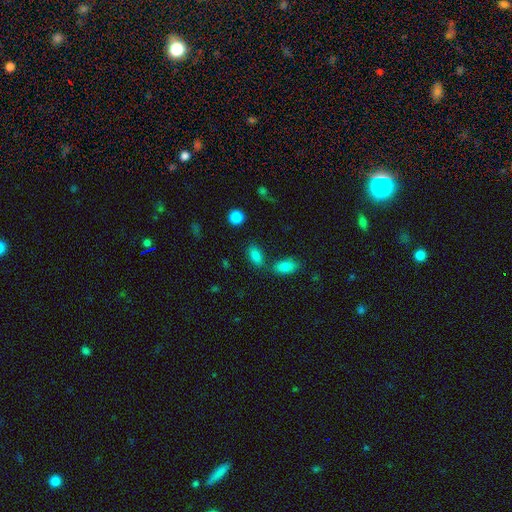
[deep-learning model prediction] Smooth or featured? Predicted: smooth (p=0.85). How rounded? Predicted: in between (p=0.89). Merging? Predicted: none (p=0.65).